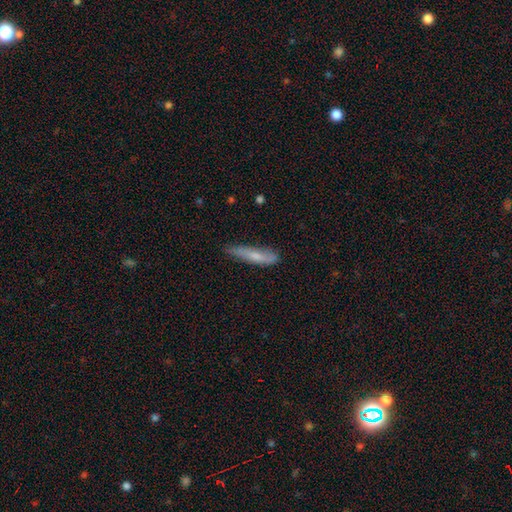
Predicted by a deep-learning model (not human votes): Smooth or featured?
  - smooth: 66% *
  - featured or disk: 28%
  - star or artifact: 6%
How rounded?
  - cigar-shaped: 83% *
  - in between: 15%
  - round: 2%
Merging?
  - none: 64% *
  - minor disturbance: 28%
  - major disturbance: 6%
  - merger: 2%